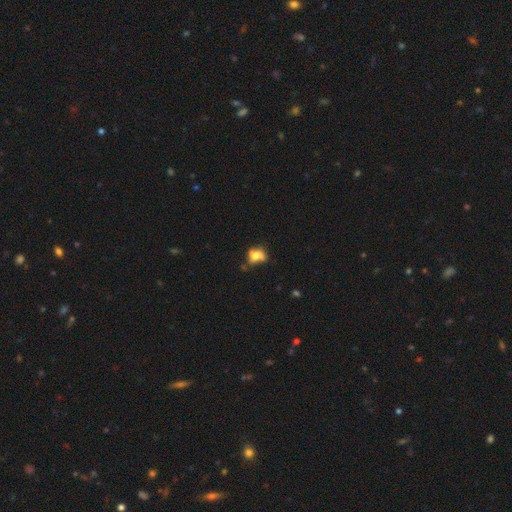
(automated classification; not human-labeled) smooth-or-featured: smooth: 57% | featured or disk: 31% | star or artifact: 12%
  how-rounded: in between: 57% | round: 41% | cigar-shaped: 2%
  merging: none: 34% | minor disturbance: 27% | merger: 20% | major disturbance: 19%